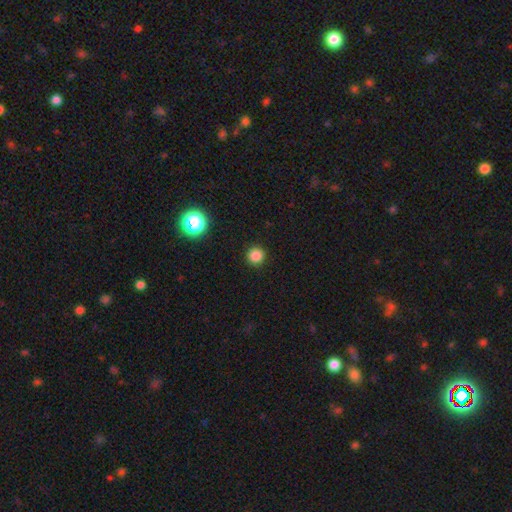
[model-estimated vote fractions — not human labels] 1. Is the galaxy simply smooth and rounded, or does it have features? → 84% smooth, 13% star or artifact, 3% featured or disk.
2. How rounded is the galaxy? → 95% round, 4% in between, 1% cigar-shaped.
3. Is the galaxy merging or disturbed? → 92% none, 5% minor disturbance, 2% major disturbance, 1% merger.